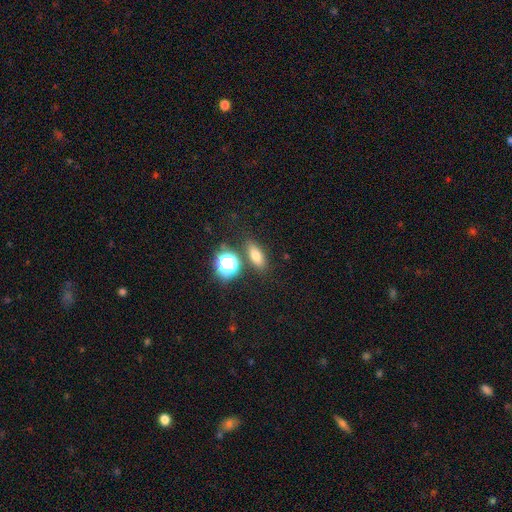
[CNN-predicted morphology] The model was most divided on "how rounded": in between: 67%, round: 18%, cigar-shaped: 15%. More confident: merging — none (79%); smooth or featured — smooth (69%).